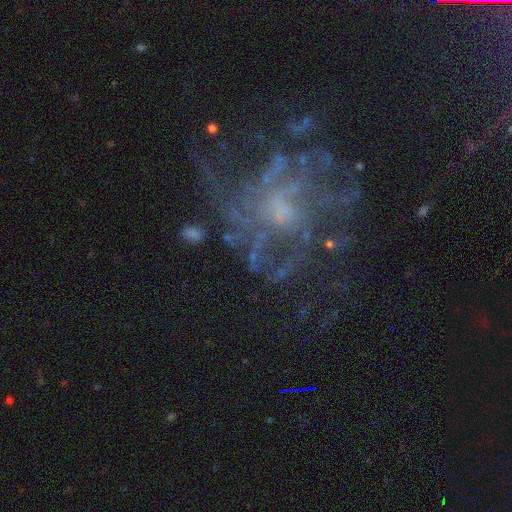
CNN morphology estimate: This is likely a featured or disk galaxy (71%). It is clearly not viewed edge-on (97%). Bar: likely no (72%). Spiral arm pattern: likely yes (62%). Central bulge: marginally small (40%). Merging: possibly none (49%).